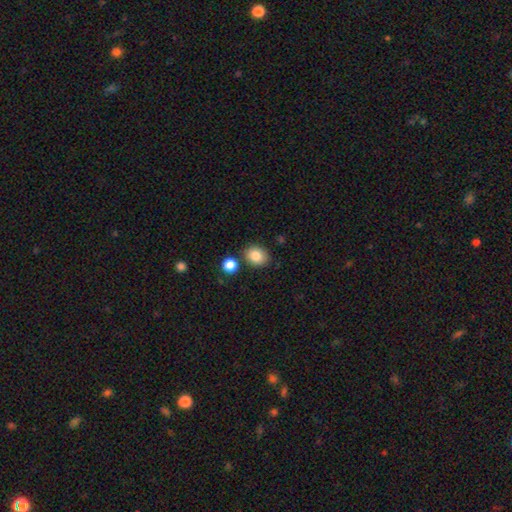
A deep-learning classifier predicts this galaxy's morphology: A smooth galaxy with no disk features (85%) that is round (53%).

Vote fractions:
- Smooth or featured? smooth: 85% / star or artifact: 9% / featured or disk: 6%
- How rounded? round: 53% / in between: 46% / cigar-shaped: 1%
- Merging? none: 79% / minor disturbance: 10% / merger: 8% / major disturbance: 3%